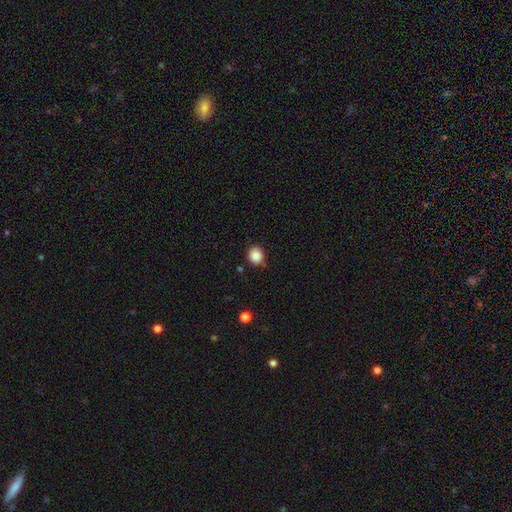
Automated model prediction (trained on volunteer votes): This is clearly a smooth galaxy (87%). How rounded: likely round (75%). Merging: clearly none (85%).